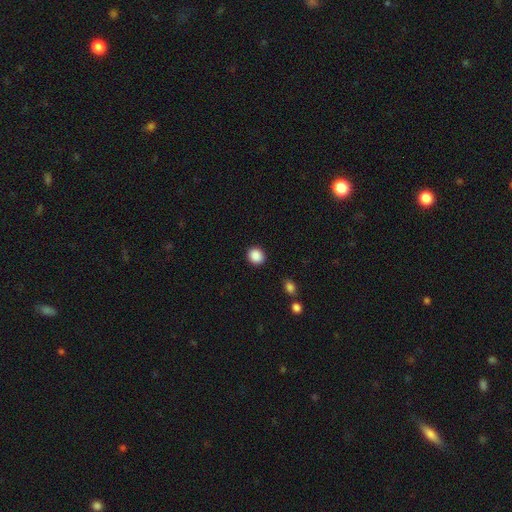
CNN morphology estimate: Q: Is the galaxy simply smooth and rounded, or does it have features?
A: smooth — 89%.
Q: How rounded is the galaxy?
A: round — 81%.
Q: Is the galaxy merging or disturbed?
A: none — 91%.